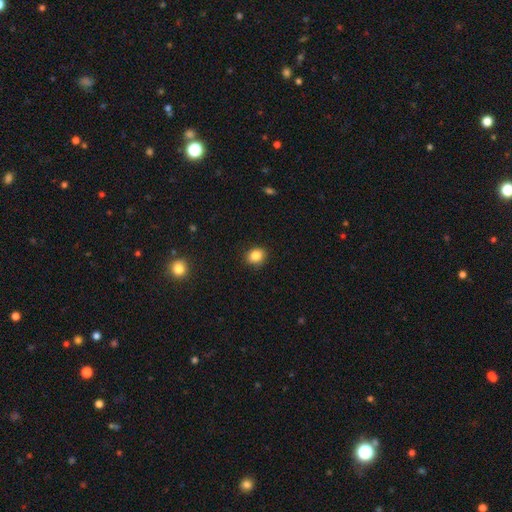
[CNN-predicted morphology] smooth-or-featured: smooth: 85% | star or artifact: 10% | featured or disk: 5%
  how-rounded: round: 66% | in between: 34% | cigar-shaped: 1%
  merging: none: 88% | minor disturbance: 9% | major disturbance: 2% | merger: 1%